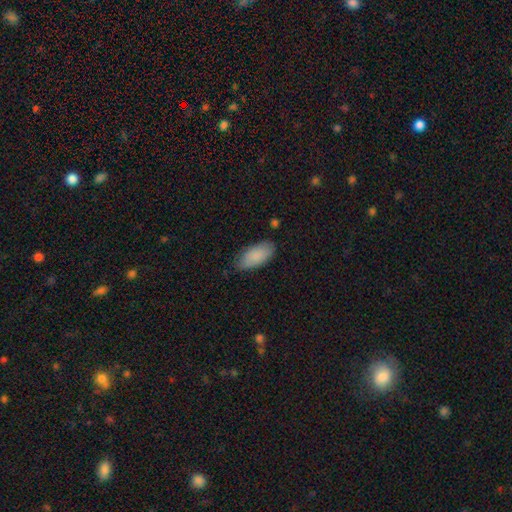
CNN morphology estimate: Smooth or featured: smooth — 87% (featured or disk — 8%)
How rounded: in between — 91% (cigar-shaped — 8%)
Merging: none — 76% (minor disturbance — 19%)